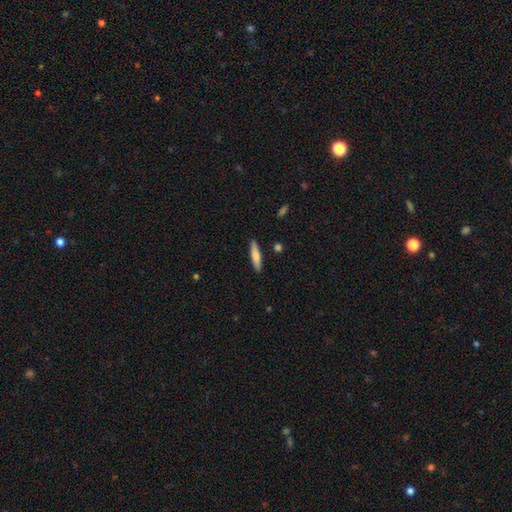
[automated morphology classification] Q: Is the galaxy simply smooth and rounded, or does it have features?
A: smooth — 68%.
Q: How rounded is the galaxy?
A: cigar-shaped — 81%.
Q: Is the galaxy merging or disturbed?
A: none — 89%.